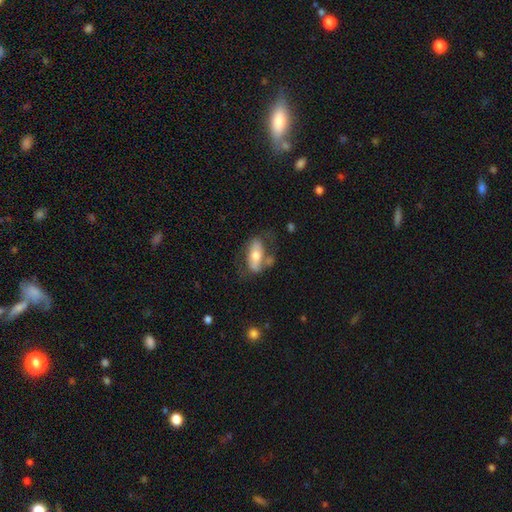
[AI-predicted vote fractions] Smooth or featured? Predicted: smooth (p=0.52). How rounded? Predicted: in between (p=0.82). Merging? Predicted: none (p=0.52).